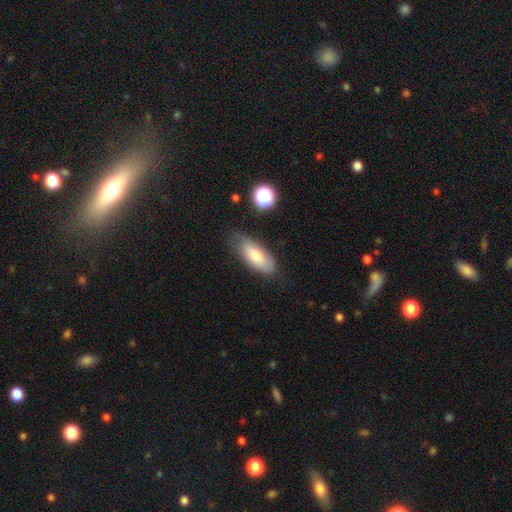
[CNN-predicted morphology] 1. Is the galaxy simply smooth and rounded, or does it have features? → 71% smooth, 22% featured or disk, 7% star or artifact.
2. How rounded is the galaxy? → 84% in between, 14% cigar-shaped, 2% round.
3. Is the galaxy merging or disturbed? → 58% none, 30% minor disturbance, 10% major disturbance, 2% merger.